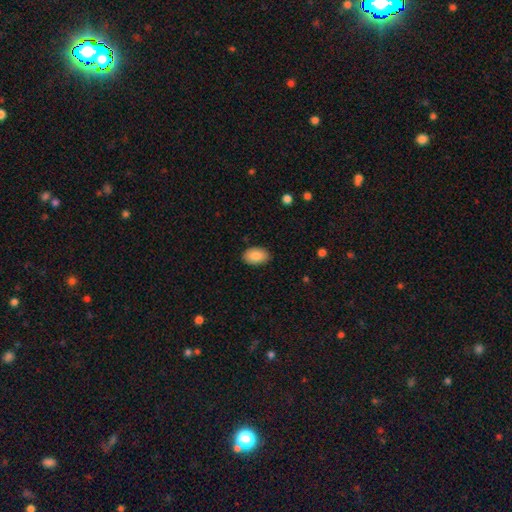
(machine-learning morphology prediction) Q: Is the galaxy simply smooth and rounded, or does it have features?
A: smooth — 87%.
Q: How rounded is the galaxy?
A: in between — 91%.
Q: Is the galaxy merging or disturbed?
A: none — 88%.